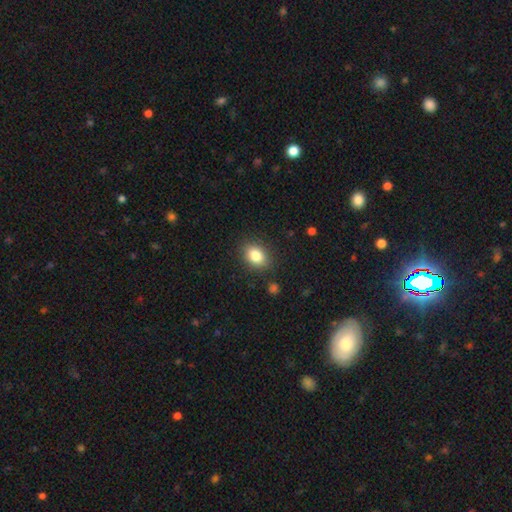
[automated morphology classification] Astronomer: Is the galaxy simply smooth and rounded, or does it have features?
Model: smooth — 83%.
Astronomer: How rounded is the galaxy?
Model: in between — 69%.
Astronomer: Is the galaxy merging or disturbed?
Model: none — 85%.